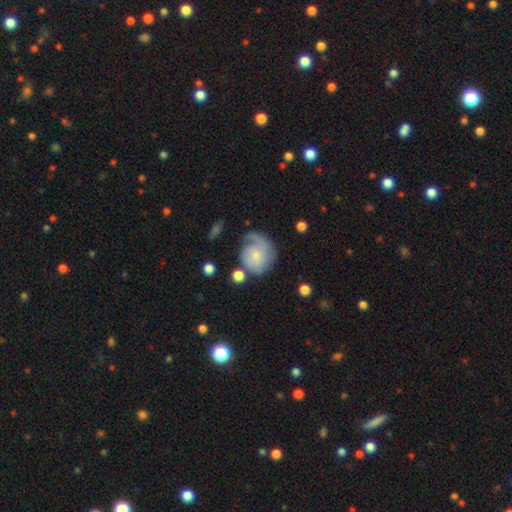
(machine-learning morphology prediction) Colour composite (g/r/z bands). It shows a featured or disk galaxy (56%) with no bar (76%), spiral arms (83%) and a small central bulge (57%). Merging: none (50%).